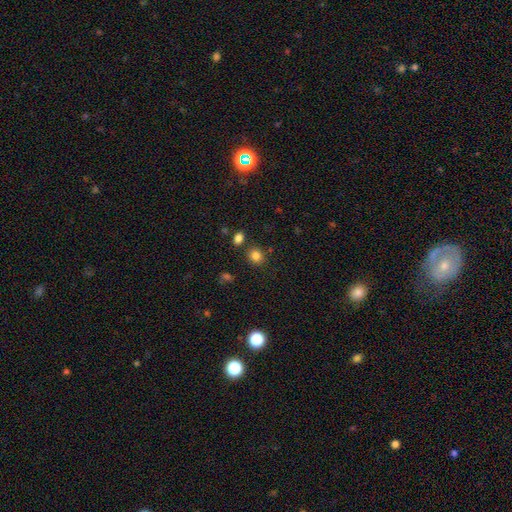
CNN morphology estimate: smooth_or_featured: smooth (p=0.83) [alt: star or artifact p=0.12]
how_rounded: round (p=0.76) [alt: in between p=0.23]
merging: none (p=0.80) [alt: minor disturbance p=0.09]